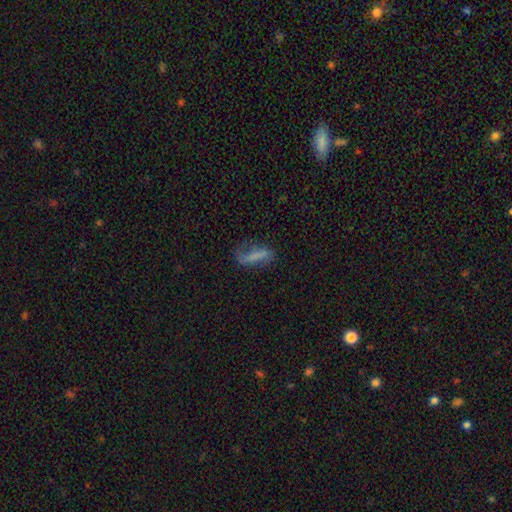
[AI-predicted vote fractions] A smooth galaxy with no disk features (55%) that is cigar-shaped (53%).

Vote fractions:
- Smooth or featured? smooth: 55% / featured or disk: 35% / star or artifact: 10%
- How rounded? cigar-shaped: 53% / in between: 43% / round: 4%
- Merging? none: 48% / minor disturbance: 26% / major disturbance: 23% / merger: 3%